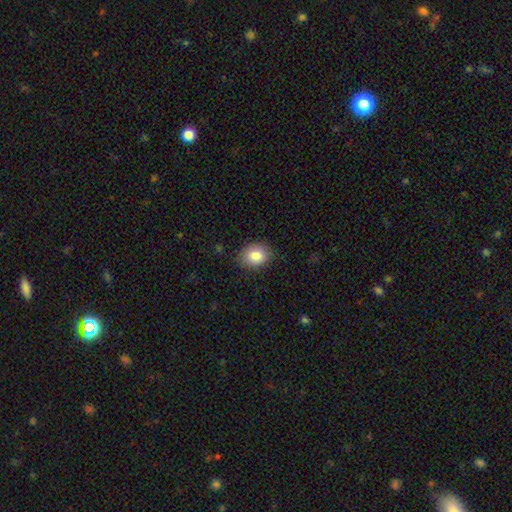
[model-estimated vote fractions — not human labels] Smooth or featured?
  - smooth: 85% *
  - star or artifact: 8%
  - featured or disk: 6%
How rounded?
  - in between: 62% *
  - round: 37%
  - cigar-shaped: 1%
Merging?
  - none: 82% *
  - minor disturbance: 14%
  - major disturbance: 3%
  - merger: 1%